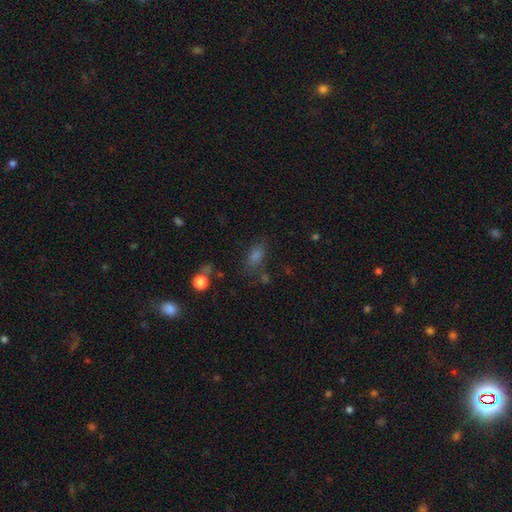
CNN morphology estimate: smooth-or-featured: smooth: 64% | star or artifact: 24% | featured or disk: 11%
  how-rounded: in between: 78% | round: 13% | cigar-shaped: 9%
  merging: none: 67% | minor disturbance: 17% | major disturbance: 9% | merger: 7%